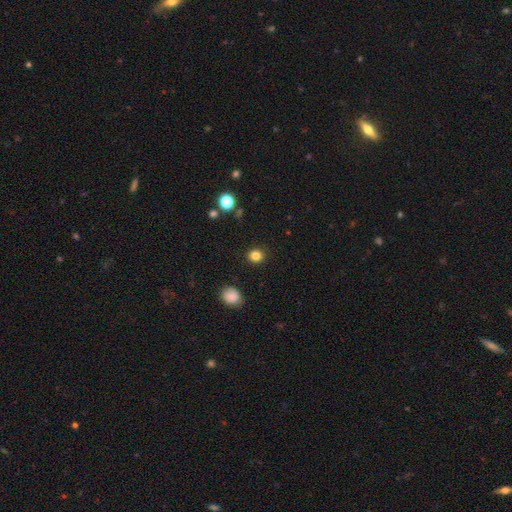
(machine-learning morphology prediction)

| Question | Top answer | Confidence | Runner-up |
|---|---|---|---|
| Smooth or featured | smooth | 83% | star or artifact (13%) |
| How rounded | round | 84% | in between (15%) |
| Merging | none | 91% | minor disturbance (6%) |